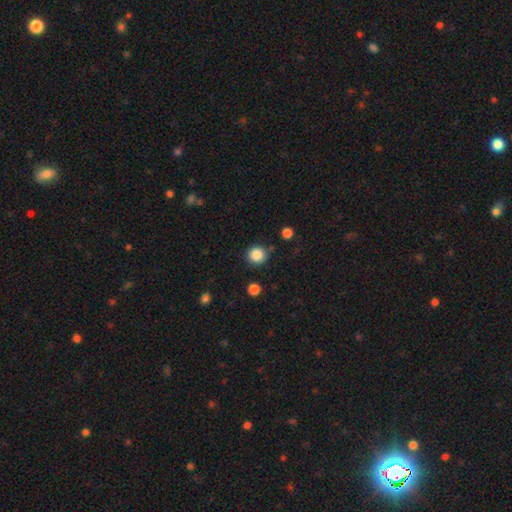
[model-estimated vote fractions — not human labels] smooth-or-featured: smooth: 86% | star or artifact: 10% | featured or disk: 3%
  how-rounded: round: 93% | in between: 6% | cigar-shaped: 1%
  merging: none: 86% | minor disturbance: 8% | merger: 3% | major disturbance: 3%